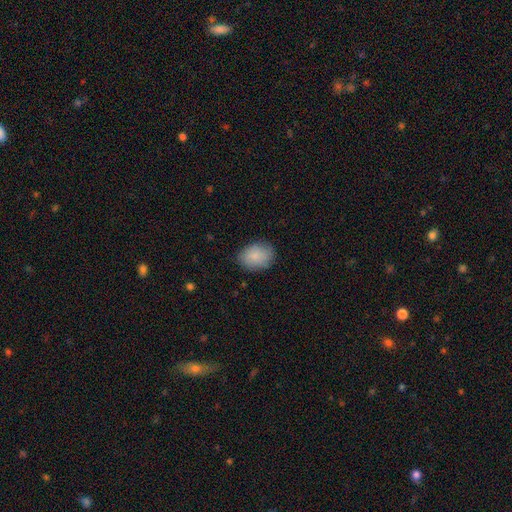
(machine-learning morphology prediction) Smooth or featured?
  - smooth: 85% *
  - featured or disk: 8%
  - star or artifact: 7%
How rounded?
  - in between: 63% *
  - round: 36%
  - cigar-shaped: 1%
Merging?
  - none: 80% *
  - minor disturbance: 16%
  - major disturbance: 4%
  - merger: 1%